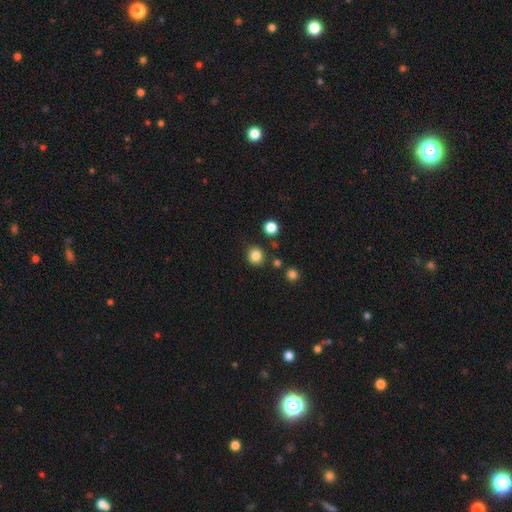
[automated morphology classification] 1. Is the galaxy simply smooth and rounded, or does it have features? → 84% smooth, 12% star or artifact, 4% featured or disk.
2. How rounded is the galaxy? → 88% round, 12% in between, 1% cigar-shaped.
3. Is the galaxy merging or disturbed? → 86% none, 8% minor disturbance, 4% merger, 3% major disturbance.